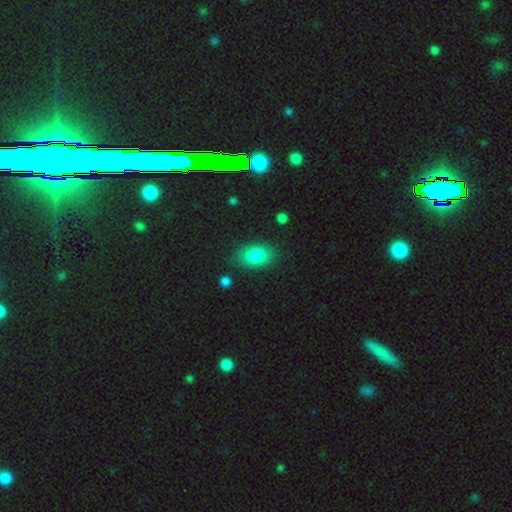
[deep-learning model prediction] Smooth or featured: smooth — 82% (featured or disk — 9%)
How rounded: in between — 86% (round — 12%)
Merging: none — 83% (minor disturbance — 12%)